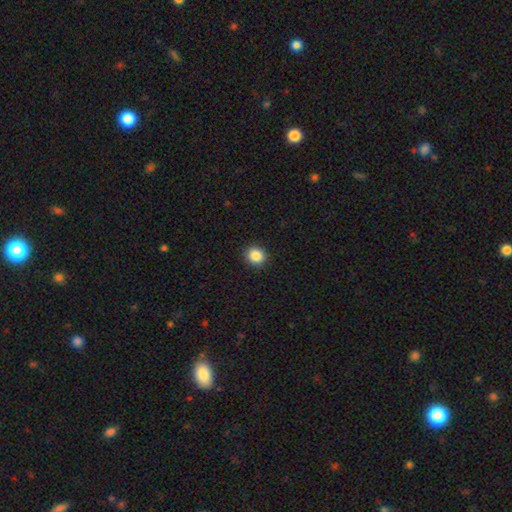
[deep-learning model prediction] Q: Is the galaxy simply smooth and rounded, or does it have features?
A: smooth — 87%.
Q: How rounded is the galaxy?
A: round — 85%.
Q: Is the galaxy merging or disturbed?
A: none — 92%.